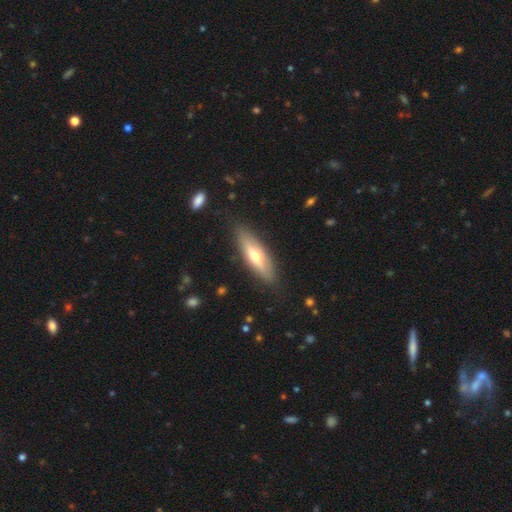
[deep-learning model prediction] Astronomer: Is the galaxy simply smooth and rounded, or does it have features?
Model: smooth — 48% (runner-up: featured or disk, 46%).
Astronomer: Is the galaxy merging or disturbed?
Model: none — 84%.